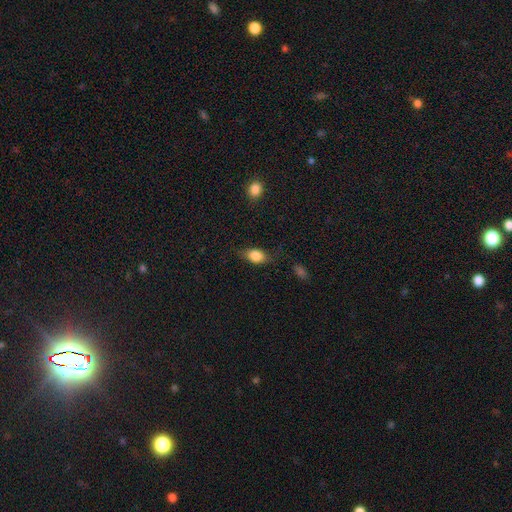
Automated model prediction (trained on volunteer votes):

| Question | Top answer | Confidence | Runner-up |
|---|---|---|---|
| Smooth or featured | smooth | 81% | featured or disk (11%) |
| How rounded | in between | 76% | round (20%) |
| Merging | none | 69% | minor disturbance (22%) |